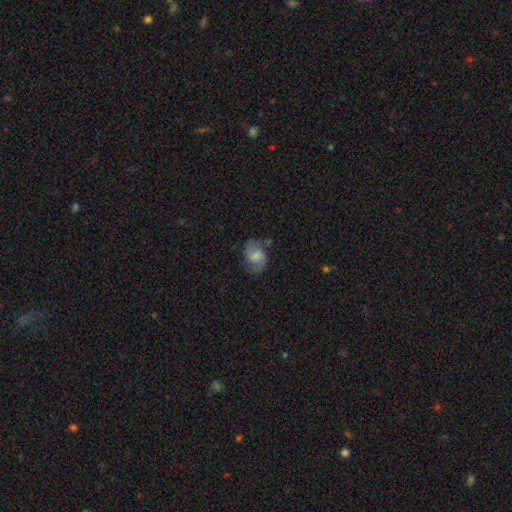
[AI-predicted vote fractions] smooth_or_featured: featured or disk (p=0.61) [alt: smooth p=0.32]
disk_edge_on: no (p=0.97) [alt: yes p=0.03]
bar: weak (p=0.52) [alt: no p=0.35]
has_spiral_arms: yes (p=0.90) [alt: no p=0.10]
spiral_winding: medium (p=0.45) [alt: loose p=0.41]
spiral_arm_count: 2 (p=0.88) [alt: can't tell p=0.06]
bulge_size: moderate (p=0.34) [alt: small p=0.30]
merging: none (p=0.68) [alt: minor disturbance p=0.20]